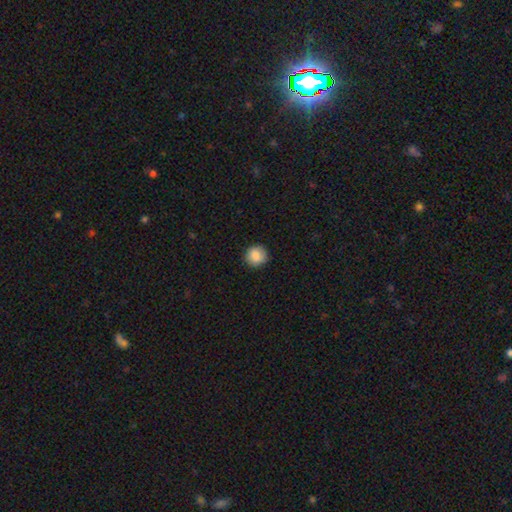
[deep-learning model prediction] A smooth galaxy with no disk features (87%) that is round (91%). Merging: none (89%).